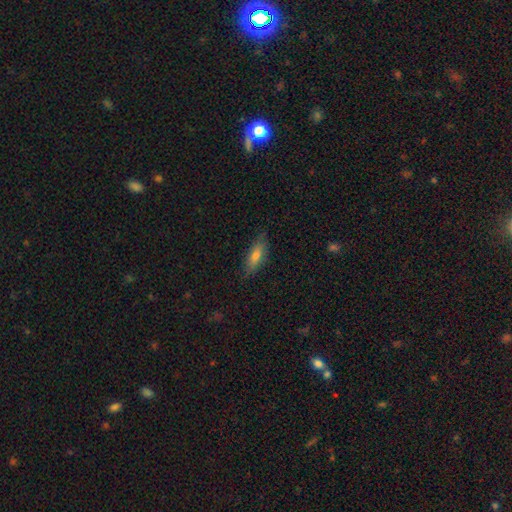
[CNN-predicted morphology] smooth_or_featured: smooth (p=0.67) [alt: featured or disk p=0.25]
how_rounded: in between (p=0.53) [alt: cigar-shaped p=0.44]
merging: none (p=0.81) [alt: minor disturbance p=0.15]